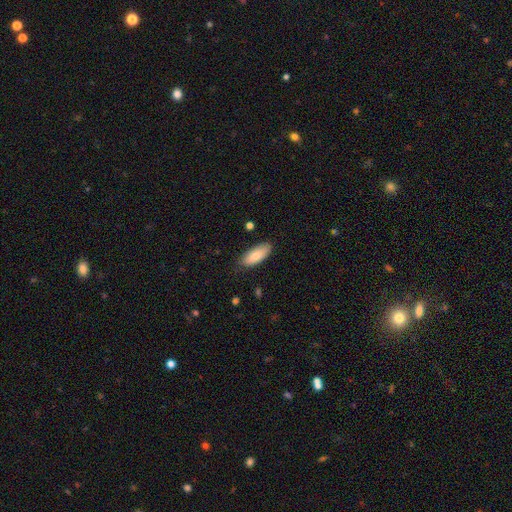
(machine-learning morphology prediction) Smooth or featured? Predicted: smooth (p=0.84). How rounded? Predicted: in between (p=0.82). Merging? Predicted: none (p=0.81).